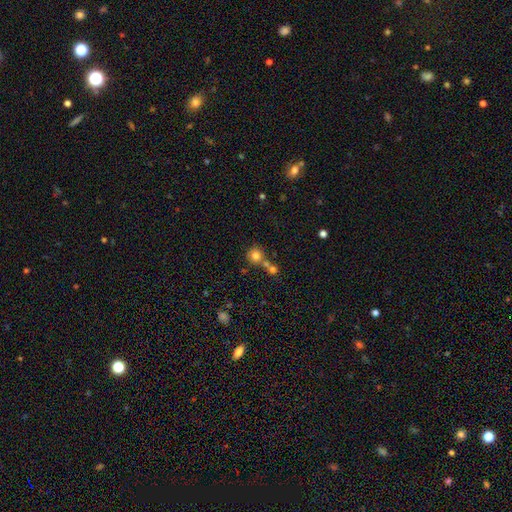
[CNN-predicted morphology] Overall: smooth (78%). How rounded: round (91%). Merging: none (58%; merger 31%).